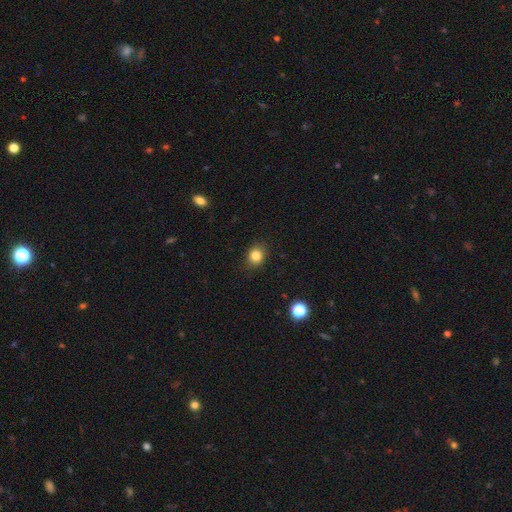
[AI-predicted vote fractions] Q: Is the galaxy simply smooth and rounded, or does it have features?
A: smooth — 84%.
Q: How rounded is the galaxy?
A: round — 71%.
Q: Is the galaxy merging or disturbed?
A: none — 87%.